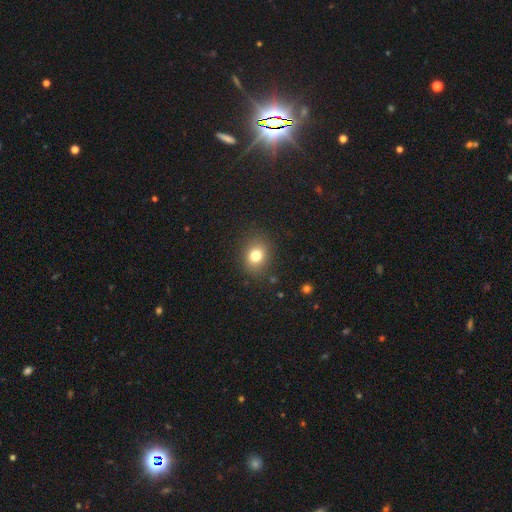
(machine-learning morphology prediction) Smooth or featured?
  - smooth: 79% *
  - star or artifact: 13%
  - featured or disk: 9%
How rounded?
  - round: 62% *
  - in between: 37%
  - cigar-shaped: 1%
Merging?
  - none: 86% *
  - minor disturbance: 10%
  - major disturbance: 3%
  - merger: 1%